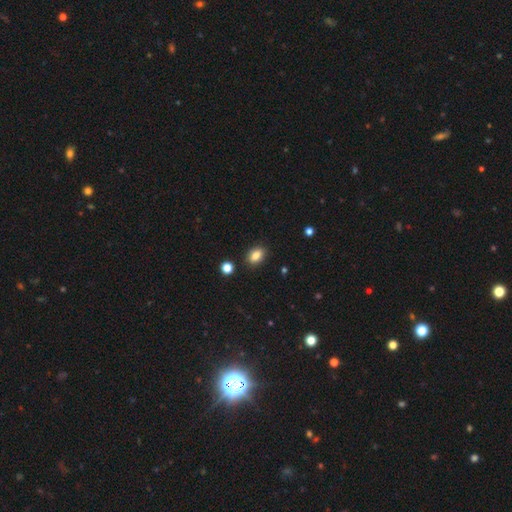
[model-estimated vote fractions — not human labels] smooth 83%, star or artifact 10%, featured or disk 7%. Down the decision tree: how rounded — in between (78%); merging — none (87%).